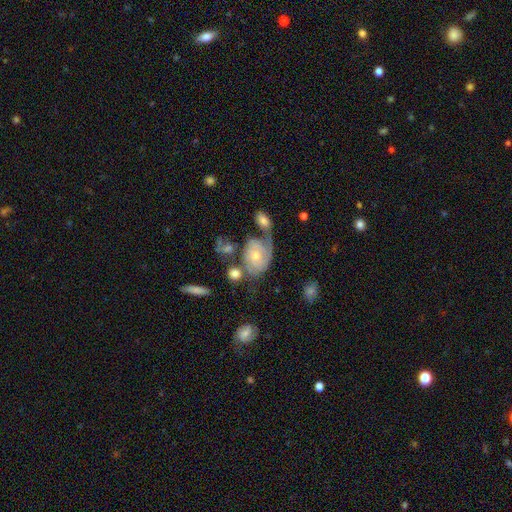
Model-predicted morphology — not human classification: smooth-or-featured: featured or disk: 66% | smooth: 26% | star or artifact: 7%
  disk-edge-on: no: 96% | yes: 4%
    bar: no: 77% | weak: 19% | strong: 4%
    has-spiral-arms: yes: 82% | no: 18%
      spiral-winding: tight: 50% | medium: 31% | loose: 18%
      spiral-arm-count: 2: 32% | can't tell: 29% | 1: 29% | 3: 6% | 4: 2% | more than 4: 2%
    bulge-size: small: 47% (tied) | moderate: 47% (tied) | large: 3% | none: 2% | dominant: 1%
  merging: none: 30% | merger: 28% | major disturbance: 23% | minor disturbance: 19%